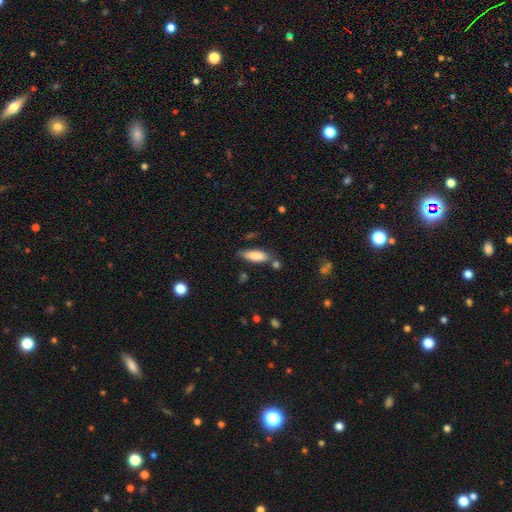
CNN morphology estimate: Smooth or featured: smooth — 83% (featured or disk — 11%)
How rounded: in between — 65% (cigar-shaped — 33%)
Merging: none — 69% (minor disturbance — 18%)